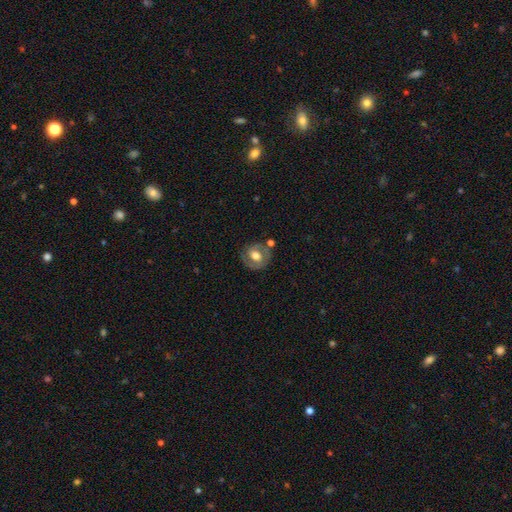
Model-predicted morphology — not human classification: featured or disk 57%, smooth 36%, star or artifact 7%. Down the decision tree: edge-on disk — no (96%); bar — no (47%); spiral arms — yes (61%); bulge size — moderate (59%); merging — none (71%).